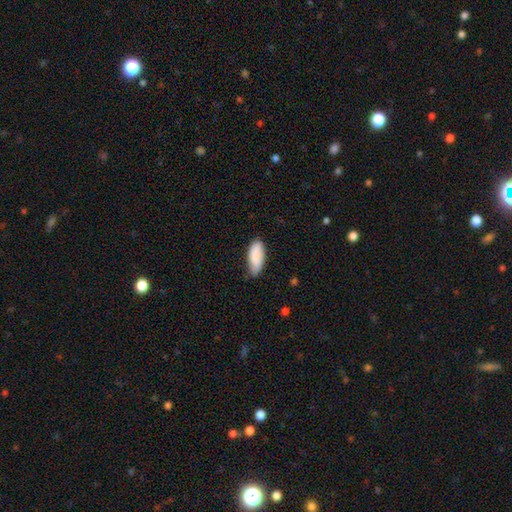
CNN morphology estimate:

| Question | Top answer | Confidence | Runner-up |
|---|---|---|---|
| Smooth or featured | smooth | 88% | featured or disk (6%) |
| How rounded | in between | 82% | cigar-shaped (16%) |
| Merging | none | 66% | minor disturbance (29%) |